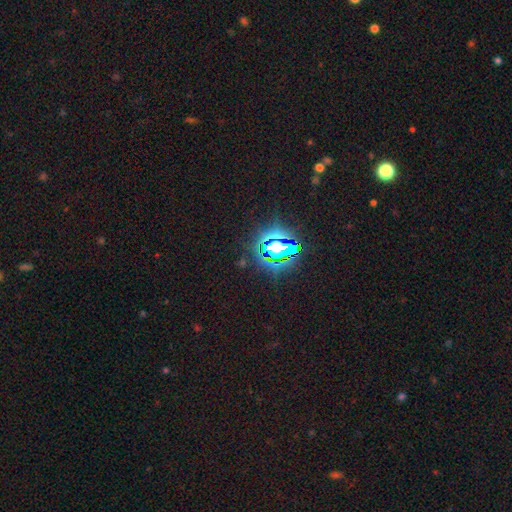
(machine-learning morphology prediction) A star or artifact, not a galaxy (82%).